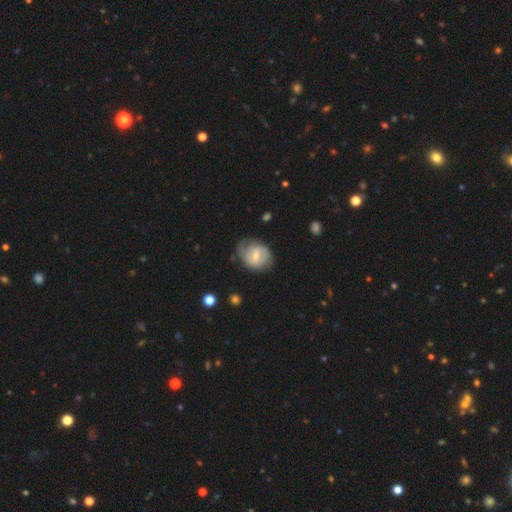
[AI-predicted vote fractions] Q: Smooth or featured?
A: featured or disk (62%); runner-up: smooth (32%)
Q: Edge-on disk?
A: no (97%); runner-up: yes (3%)
Q: Bar?
A: weak (54%); runner-up: no (30%)
Q: Spiral arms?
A: yes (80%); runner-up: no (20%)
Q: Bulge size?
A: moderate (48%); runner-up: small (47%)
Q: Merging?
A: none (61%); runner-up: minor disturbance (26%)